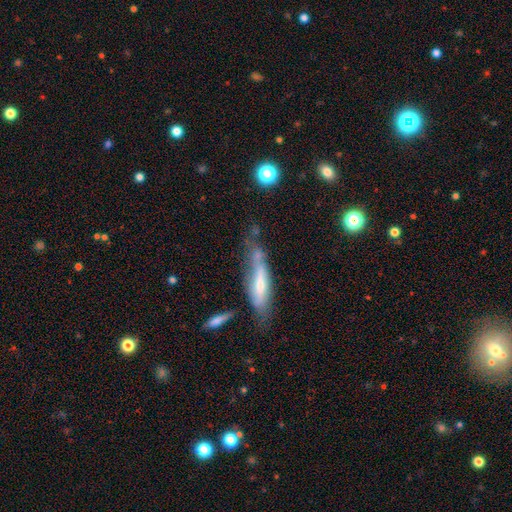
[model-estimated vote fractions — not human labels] A featured or disk galaxy (48%).

Vote fractions:
- Smooth or featured? featured or disk: 48% / smooth: 43% / star or artifact: 9%
- Merging? none: 40% / minor disturbance: 29% / major disturbance: 18% / merger: 12%